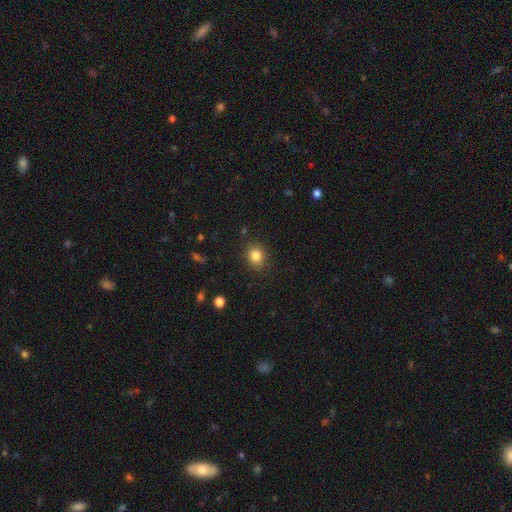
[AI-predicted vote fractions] This appears to be a smooth galaxy with no disk features (83%) that is round (66%). Merging: none (85%).